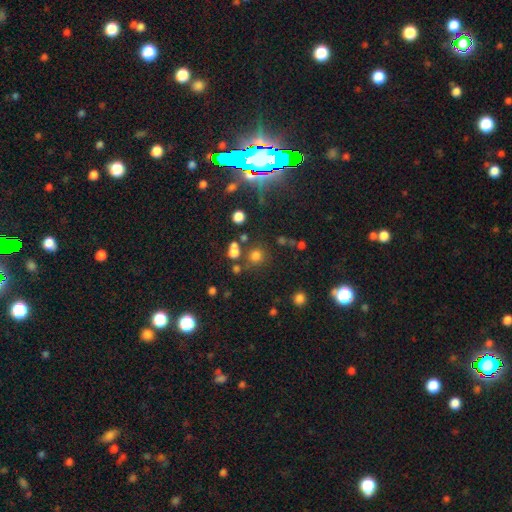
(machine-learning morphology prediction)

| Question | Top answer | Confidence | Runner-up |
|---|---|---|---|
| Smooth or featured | smooth | 71% | star or artifact (21%) |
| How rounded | round | 86% | in between (12%) |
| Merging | none | 70% | merger (15%) |